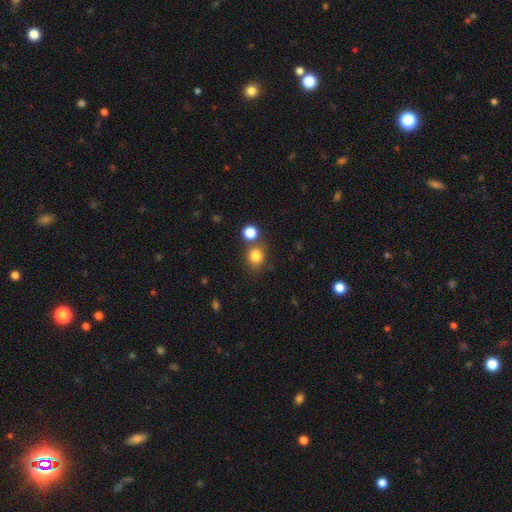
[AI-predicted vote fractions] Overall: smooth (82%). How rounded: round (76%). Merging: none (64%).